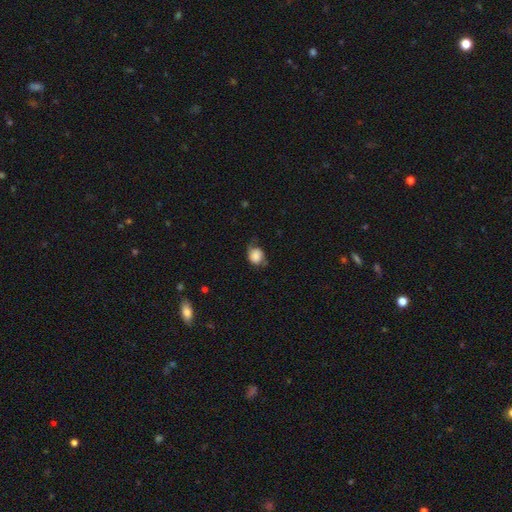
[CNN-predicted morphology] The model was most divided on "merging": none: 49%, minor disturbance: 35%, major disturbance: 14%, merger: 2%. More confident: smooth or featured — smooth (76%); how rounded — round (60%).